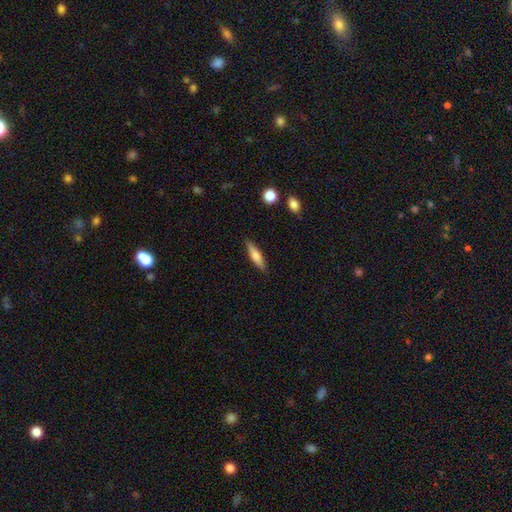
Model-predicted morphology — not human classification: A smooth galaxy with no disk features (69%) that is cigar-shaped (75%).

Vote fractions:
- Smooth or featured? smooth: 69% / featured or disk: 25% / star or artifact: 6%
- How rounded? cigar-shaped: 75% / in between: 23% / round: 2%
- Merging? none: 88% / minor disturbance: 9% / major disturbance: 2% / merger: 1%